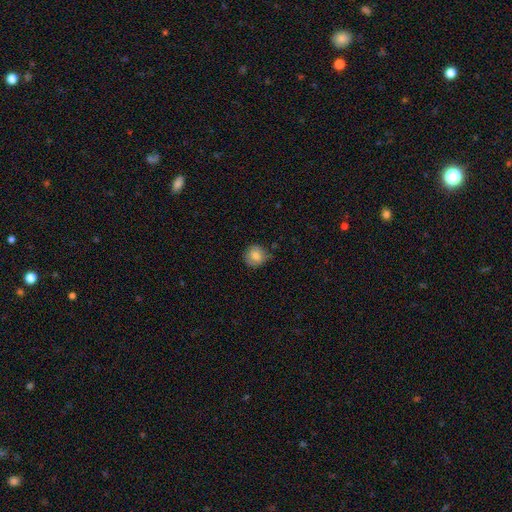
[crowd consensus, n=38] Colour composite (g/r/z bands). It shows a smooth galaxy with no disk features (92%) that is round (94%). Merging: none (69%).